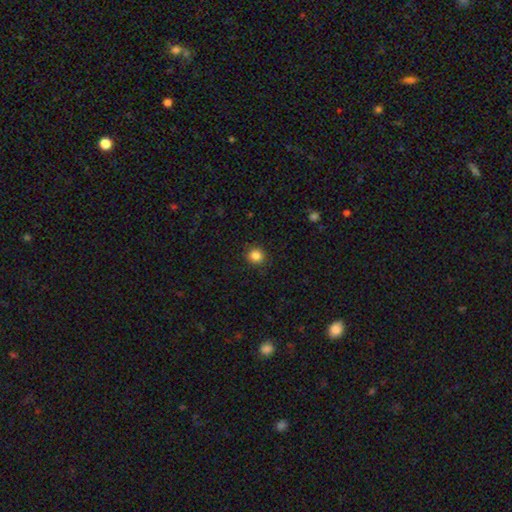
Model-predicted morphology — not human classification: This appears to be a smooth galaxy with no disk features (85%) that is round (92%). Merging: none (92%).